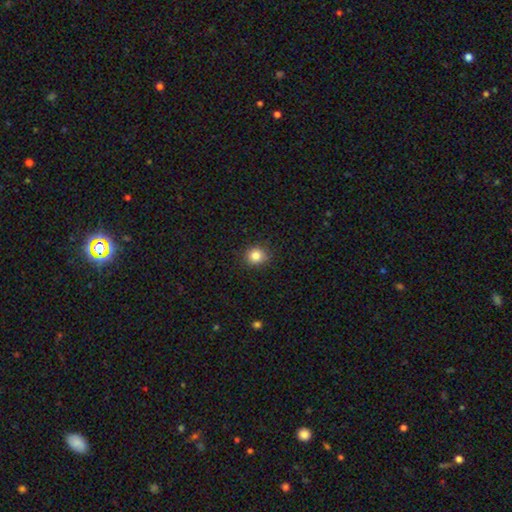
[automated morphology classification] Smooth or featured? smooth (84%)
How rounded? round (85%)
Merging? none (88%)